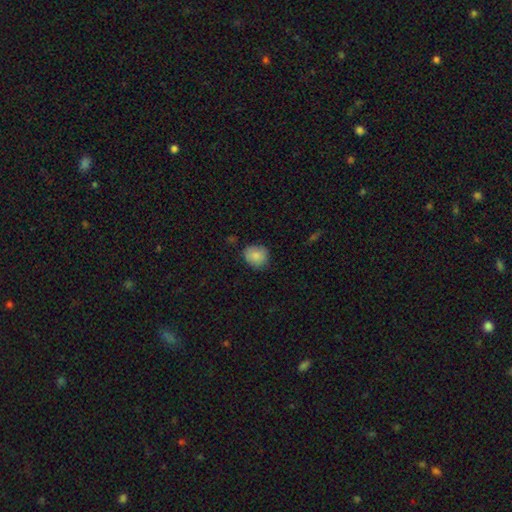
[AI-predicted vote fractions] This is clearly a smooth galaxy (84%). How rounded: likely round (74%). Merging: likely none (76%).